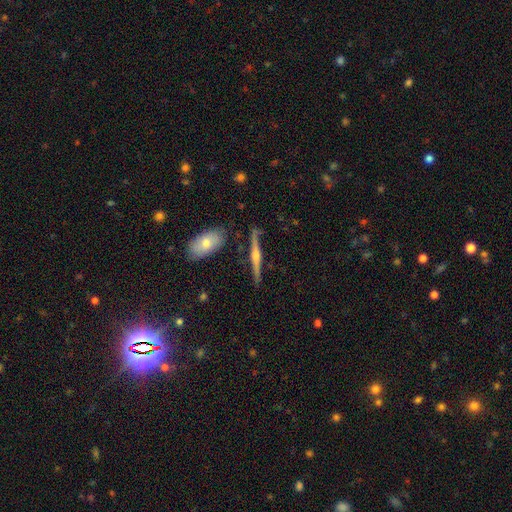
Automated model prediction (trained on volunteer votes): The model was most divided on "smooth or featured": featured or disk: 78%, smooth: 15%, star or artifact: 7%. More confident: edge-on disk — yes (97%); edge-on bulge — rounded (91%); merging — none (85%).